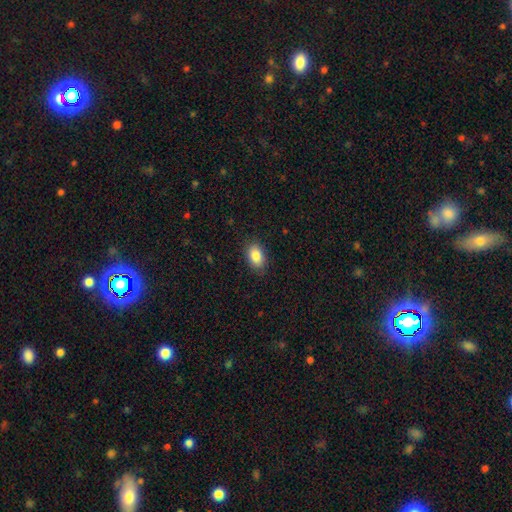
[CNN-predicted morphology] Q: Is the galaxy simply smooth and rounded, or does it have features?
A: smooth — 85%.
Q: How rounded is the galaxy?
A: in between — 89%.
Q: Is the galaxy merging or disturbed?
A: none — 86%.